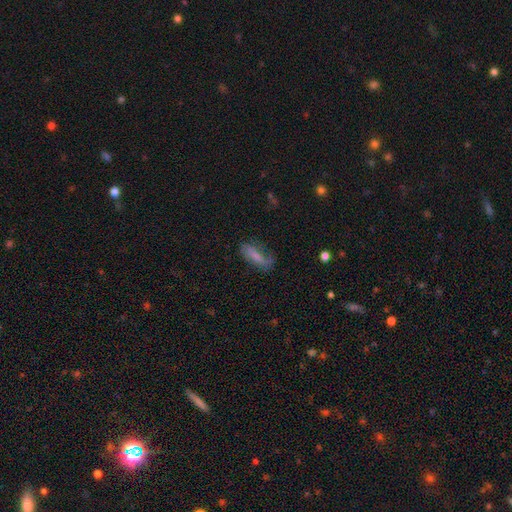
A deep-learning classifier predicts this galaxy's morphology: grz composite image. It shows a smooth galaxy with no disk features (62%) that is in between round and cigar-shaped (49%). Merging: none (53%).